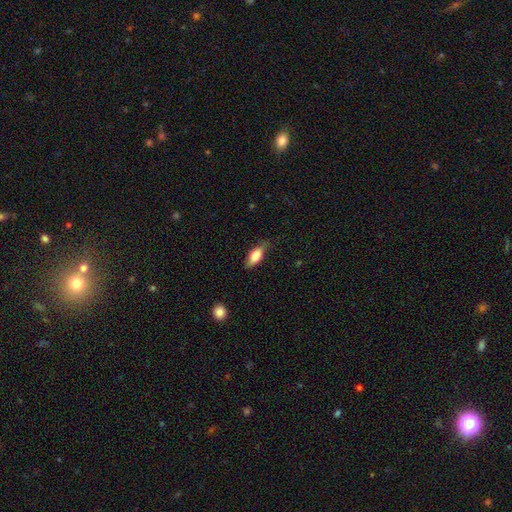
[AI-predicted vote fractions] smooth_or_featured: smooth (p=0.77) [alt: featured or disk p=0.16]
how_rounded: in between (p=0.82) [alt: cigar-shaped p=0.14]
merging: none (p=0.71) [alt: minor disturbance p=0.23]